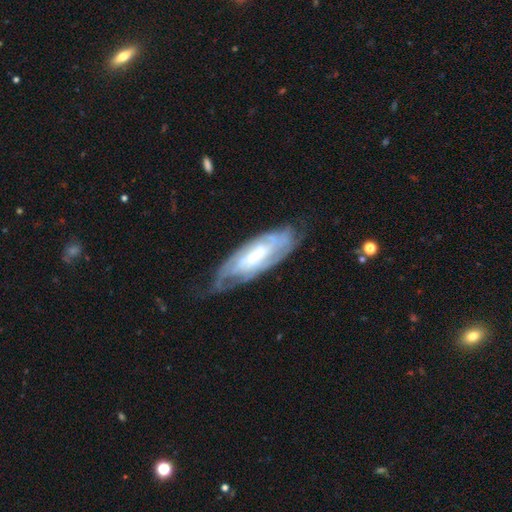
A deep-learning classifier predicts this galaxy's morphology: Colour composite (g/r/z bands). It shows a featured or disk galaxy (78%) with no bar (41%), tight (63%) spiral arms (90%) and a small central bulge (54%). Merging: none (65%).